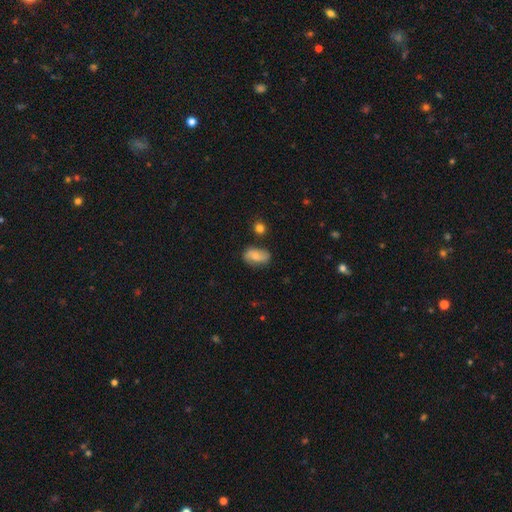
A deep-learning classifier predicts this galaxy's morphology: This is likely a smooth galaxy (63%). How rounded: clearly in between (89%). Merging: likely none (70%).